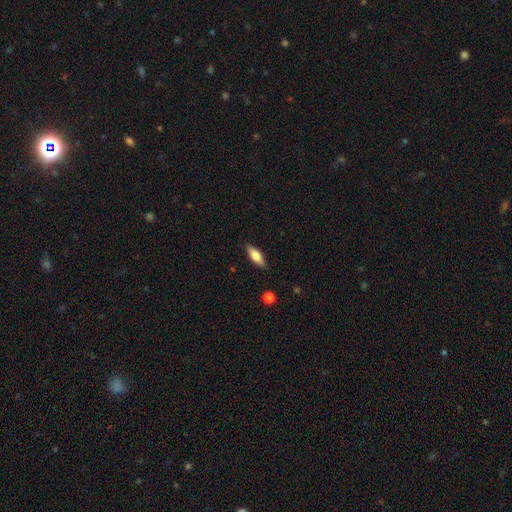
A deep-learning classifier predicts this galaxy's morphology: Q: Smooth or featured?
A: smooth (65%); runner-up: featured or disk (29%)
Q: How rounded?
A: in between (64%); runner-up: cigar-shaped (33%)
Q: Merging?
A: none (86%); runner-up: minor disturbance (11%)